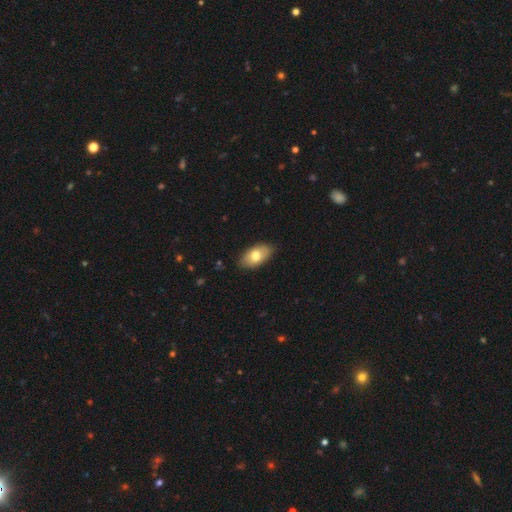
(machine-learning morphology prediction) The model was most divided on "smooth or featured": smooth: 74%, featured or disk: 20%, star or artifact: 6%. More confident: how rounded — in between (94%); merging — none (84%).